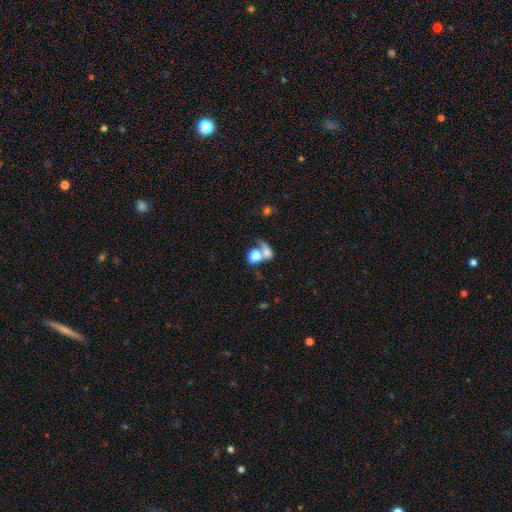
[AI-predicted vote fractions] This appears to be a smooth galaxy with no disk features (65%) that is round (51%). Merging: merger (63%).